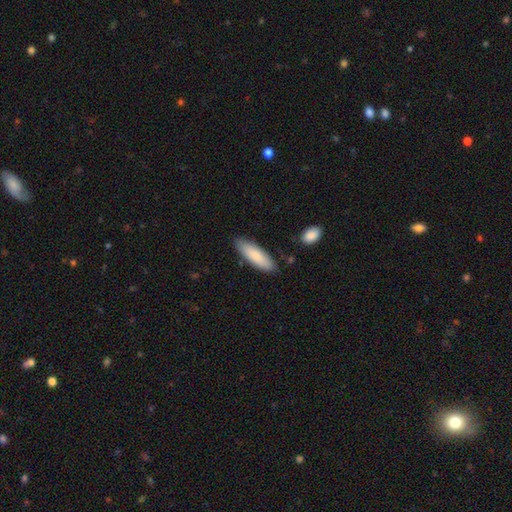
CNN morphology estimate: This is clearly a smooth galaxy (85%). How rounded: possibly cigar-shaped (51%). Merging: clearly none (83%).